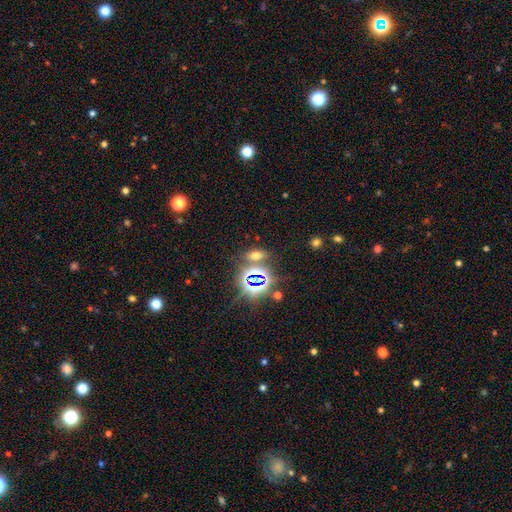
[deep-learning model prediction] Smooth or featured? Predicted: smooth (p=0.48). Merging? Predicted: none (p=0.75).